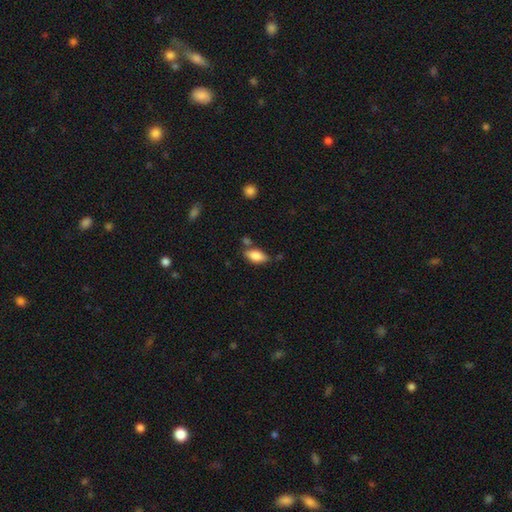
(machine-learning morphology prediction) smooth 78%, featured or disk 14%, star or artifact 7%. Down the decision tree: how rounded — in between (88%); merging — none (65%).